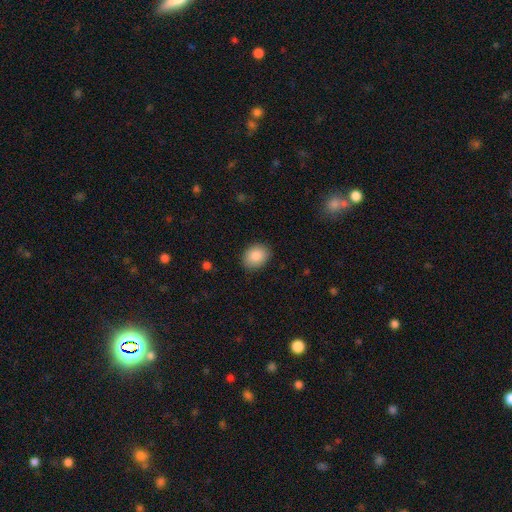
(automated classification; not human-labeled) A smooth galaxy with no disk features (86%) that is in between round and cigar-shaped (58%). Merging: none (88%).